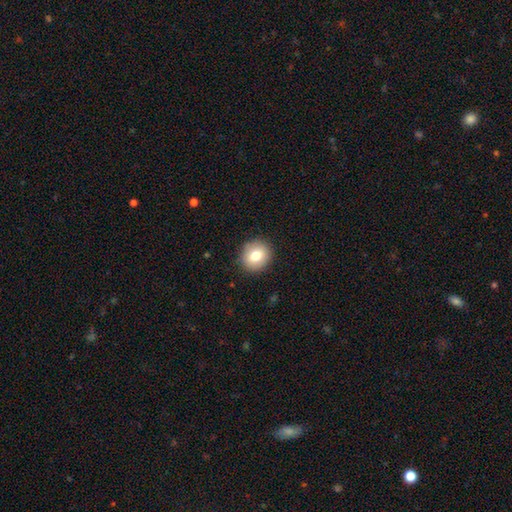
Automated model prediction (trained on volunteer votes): Morphology: type=smooth (78%); roundness=round (83%); merging=none (90%).